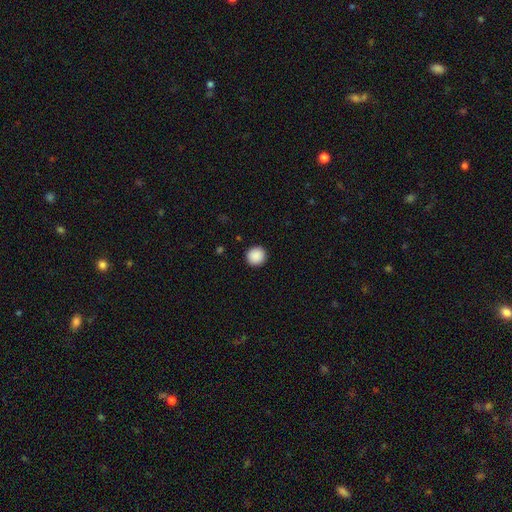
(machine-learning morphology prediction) The model was most divided on "smooth or featured": smooth: 90%, star or artifact: 8%, featured or disk: 2%. More confident: how rounded — round (95%); merging — none (93%).